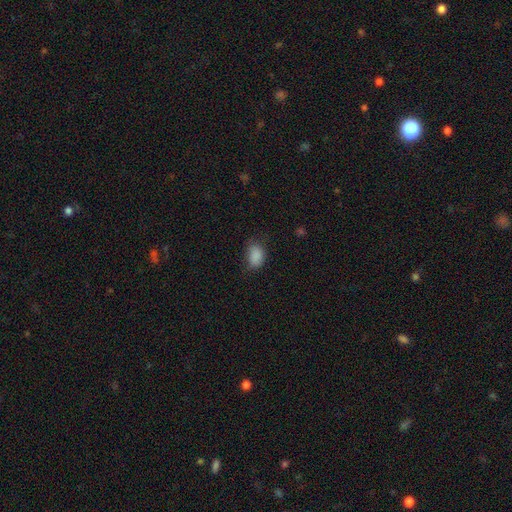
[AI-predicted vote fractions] Smooth or featured: smooth — 87% (star or artifact — 9%)
How rounded: in between — 83% (round — 15%)
Merging: none — 66% (minor disturbance — 26%)